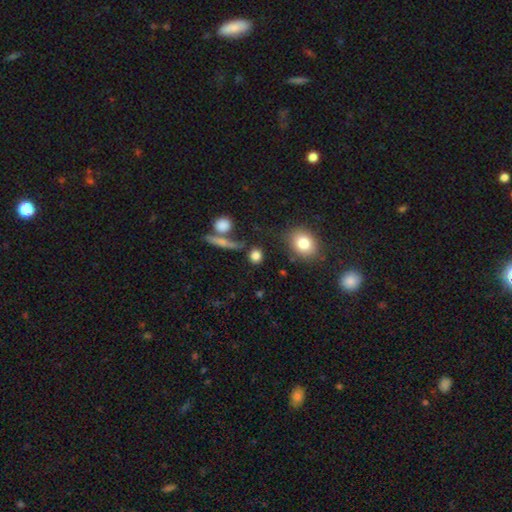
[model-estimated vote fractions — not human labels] The model was most divided on "how rounded": round: 75%, in between: 20%, cigar-shaped: 5%. More confident: smooth or featured — smooth (80%); merging — none (71%).